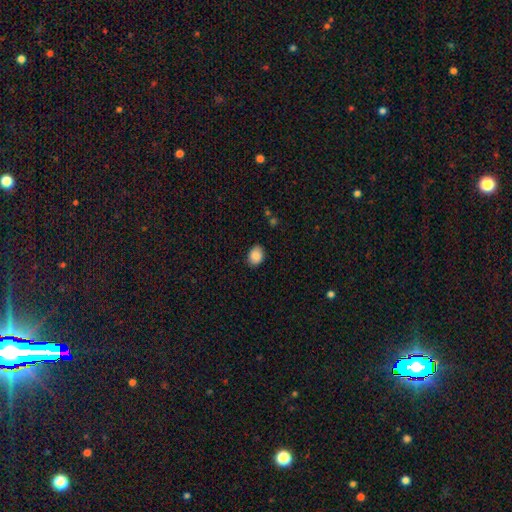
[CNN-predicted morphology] Smooth or featured? Predicted: smooth (p=0.88). How rounded? Predicted: in between (p=0.60). Merging? Predicted: none (p=0.84).